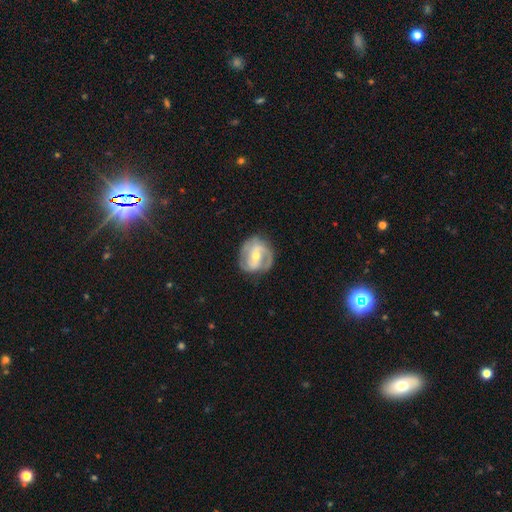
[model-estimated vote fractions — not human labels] A featured or disk galaxy (81%) with a weak bar (39%), 2 (73%) medium (45%) spiral arms (89%) and a moderate central bulge (56%).

Vote fractions:
- Smooth or featured? featured or disk: 81% / smooth: 14% / star or artifact: 5%
- Edge-on disk? no: 97% / yes: 3%
- Bar? weak: 39% / strong: 38% / no: 22%
- Spiral arms? yes: 89% / no: 11%
- Spiral winding? medium: 45% / tight: 38% / loose: 18%
- Spiral arm count? 2: 73% / can't tell: 11% / 3: 7% / 1: 5% / 4: 2% / more than 4: 2%
- Bulge size? moderate: 56% / small: 40% / large: 2% / none: 1% / dominant: 1%
- Merging? none: 73% / minor disturbance: 17% / major disturbance: 8% / merger: 1%